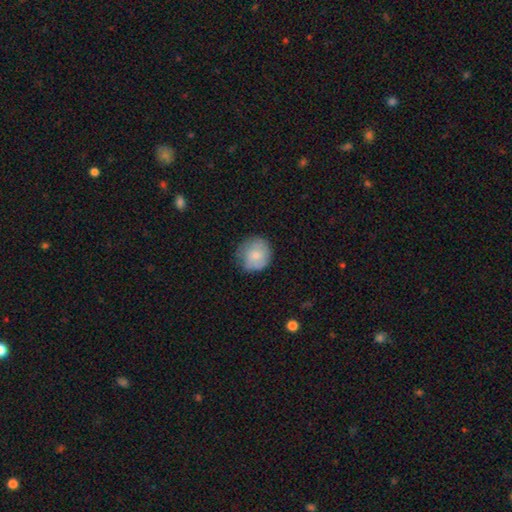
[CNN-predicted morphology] Smooth or featured? smooth (77%)
How rounded? round (86%)
Merging? none (69%)